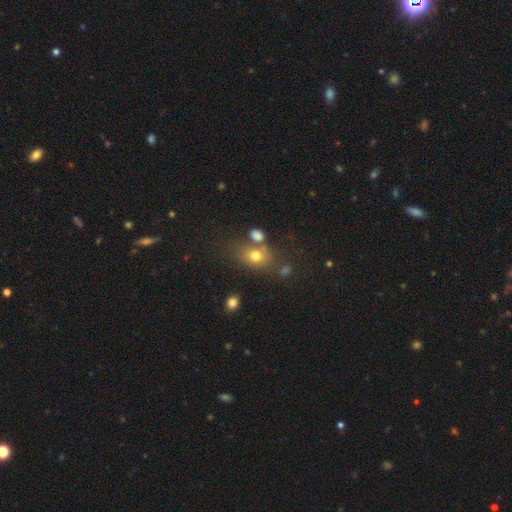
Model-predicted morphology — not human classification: Smooth or featured?
  - smooth: 72% *
  - star or artifact: 15%
  - featured or disk: 13%
How rounded?
  - in between: 59% *
  - round: 39%
  - cigar-shaped: 2%
Merging?
  - none: 55% *
  - merger: 21%
  - minor disturbance: 16%
  - major disturbance: 8%